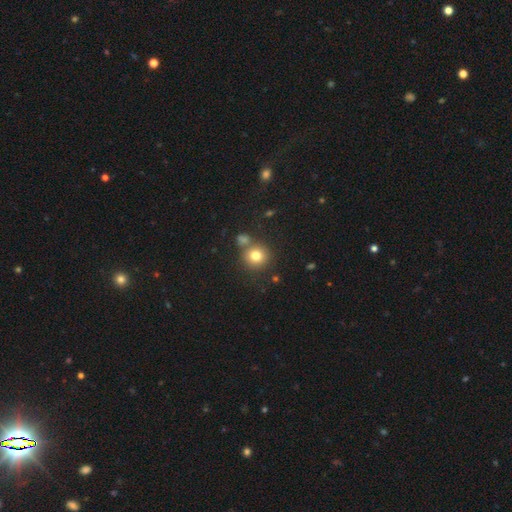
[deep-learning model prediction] Smooth or featured: smooth — 78% (star or artifact — 13%)
How rounded: round — 91% (in between — 8%)
Merging: none — 72% (merger — 16%)